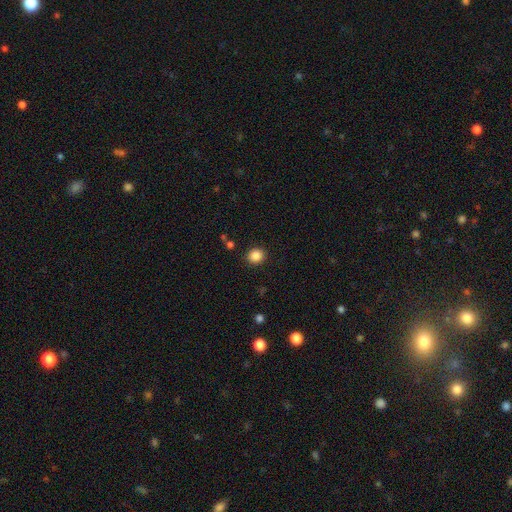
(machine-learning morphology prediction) Smooth or featured? Predicted: smooth (p=0.86). How rounded? Predicted: round (p=0.84). Merging? Predicted: none (p=0.90).